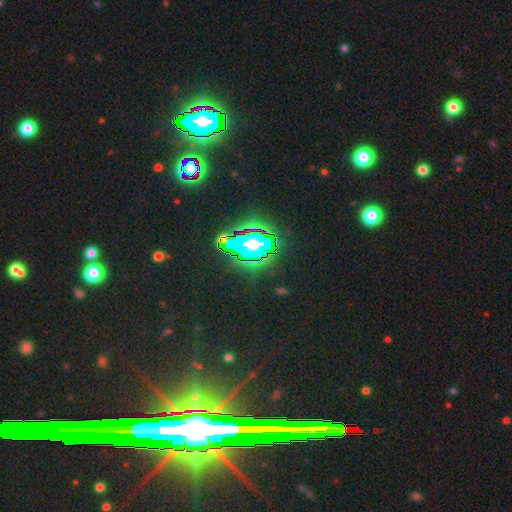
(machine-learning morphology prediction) Smooth or featured? star or artifact (83%)